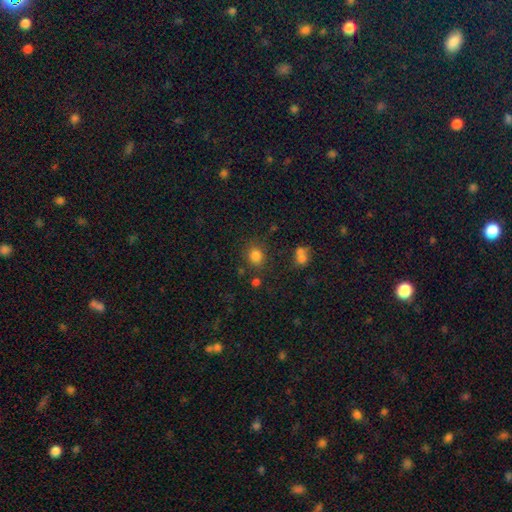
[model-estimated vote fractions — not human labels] A smooth galaxy with no disk features (81%) that is round (71%).

Vote fractions:
- Smooth or featured? smooth: 81% / star or artifact: 14% / featured or disk: 5%
- How rounded? round: 71% / in between: 28% / cigar-shaped: 1%
- Merging? none: 77% / minor disturbance: 12% / merger: 7% / major disturbance: 5%